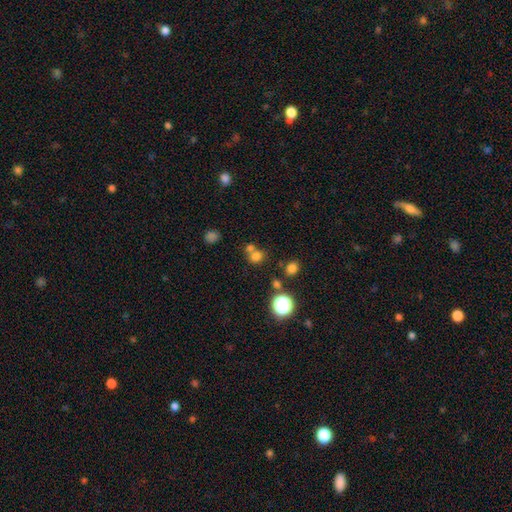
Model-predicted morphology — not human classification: Overall: smooth (70%). How rounded: round (79%). Merging: none (53%; merger 36%).